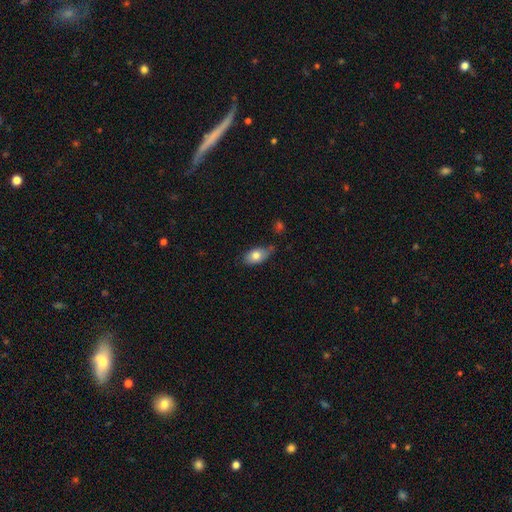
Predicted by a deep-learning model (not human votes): Smooth or featured: smooth — 77% (featured or disk — 15%)
How rounded: in between — 89% (round — 8%)
Merging: none — 57% (minor disturbance — 32%)